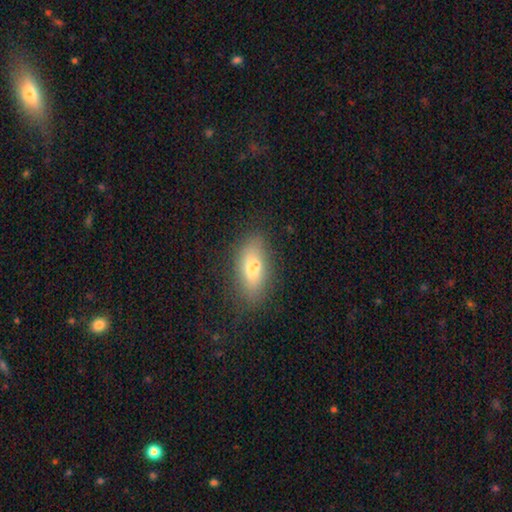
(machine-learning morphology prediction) Smooth or featured? smooth (70%)
How rounded? in between (81%)
Merging? none (78%)